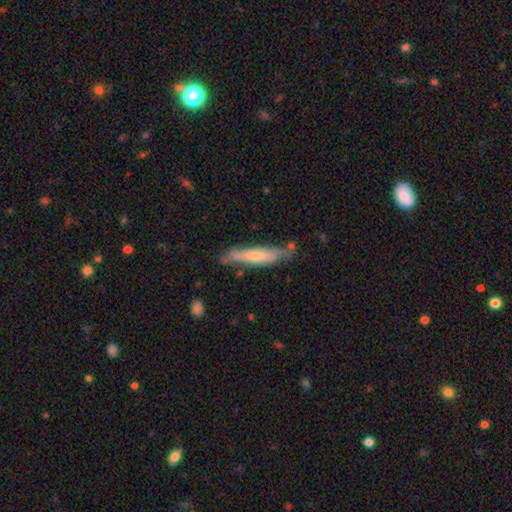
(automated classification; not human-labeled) Overall: smooth (56%; featured or disk 39%). How rounded: cigar-shaped (87%). Merging: none (71%).